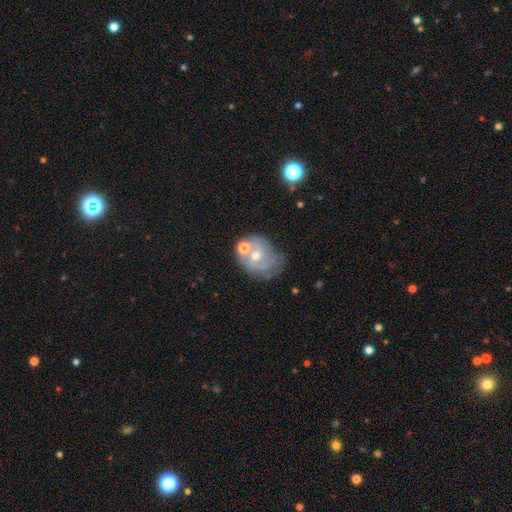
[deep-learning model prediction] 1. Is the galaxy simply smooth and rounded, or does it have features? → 56% featured or disk, 33% smooth, 11% star or artifact.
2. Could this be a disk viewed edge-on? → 97% no, 3% yes.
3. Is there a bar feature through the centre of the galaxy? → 75% no, 21% weak, 4% strong.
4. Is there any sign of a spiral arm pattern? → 55% yes, 45% no.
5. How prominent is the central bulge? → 53% moderate, 41% small, 2% none, 2% large, 1% dominant.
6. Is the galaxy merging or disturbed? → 40% none, 25% merger, 22% minor disturbance, 13% major disturbance.